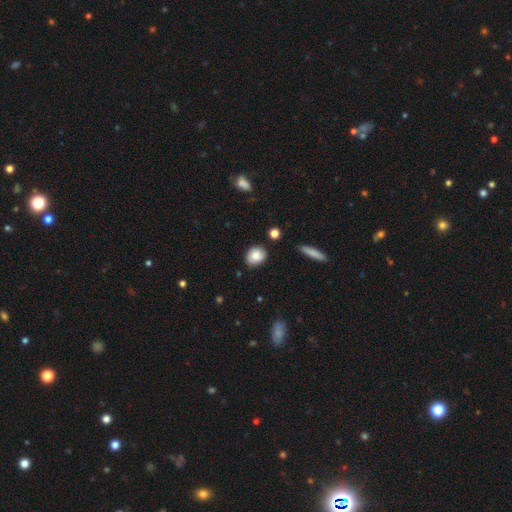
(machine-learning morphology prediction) Smooth or featured?
  - smooth: 85% *
  - star or artifact: 8%
  - featured or disk: 7%
How rounded?
  - round: 55% *
  - in between: 43%
  - cigar-shaped: 2%
Merging?
  - none: 81% *
  - minor disturbance: 14%
  - major disturbance: 3%
  - merger: 3%